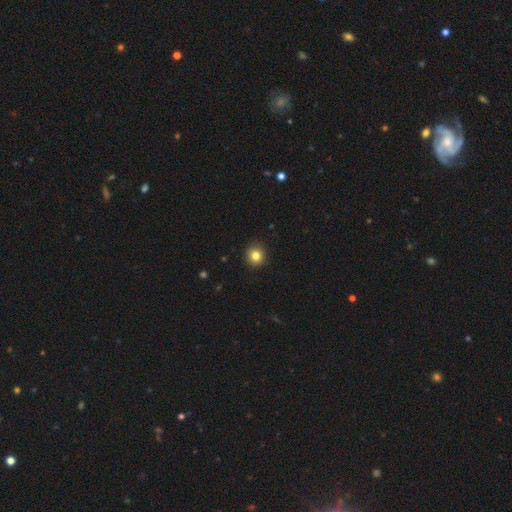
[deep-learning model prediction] smooth-or-featured: smooth: 83% | star or artifact: 12% | featured or disk: 6%
  how-rounded: round: 89% | in between: 10% | cigar-shaped: 1%
  merging: none: 91% | minor disturbance: 6% | major disturbance: 2% | merger: 1%